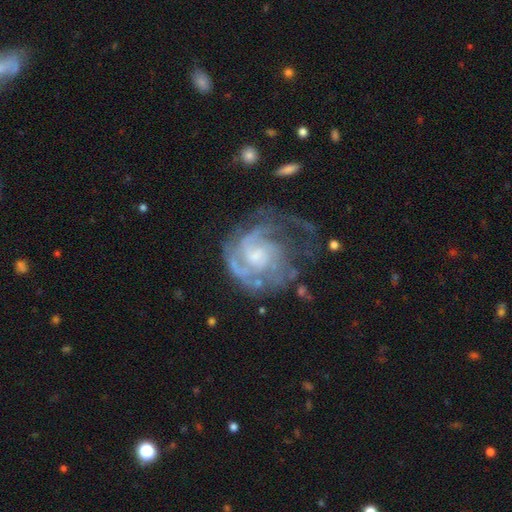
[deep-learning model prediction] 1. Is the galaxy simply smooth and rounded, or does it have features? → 85% featured or disk, 8% smooth, 6% star or artifact.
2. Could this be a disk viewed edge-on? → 98% no, 2% yes.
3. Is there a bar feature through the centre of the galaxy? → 61% no, 33% weak, 6% strong.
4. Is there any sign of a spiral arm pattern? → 93% yes, 7% no.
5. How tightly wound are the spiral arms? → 52% tight, 36% medium, 12% loose.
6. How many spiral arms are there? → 30% can't tell, 28% 2, 19% 3, 11% 1, 7% 4, 5% more than 4.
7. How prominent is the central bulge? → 40% small, 38% moderate, 13% none, 7% large, 1% dominant.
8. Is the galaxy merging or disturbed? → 44% none, 31% major disturbance, 21% minor disturbance, 3% merger.